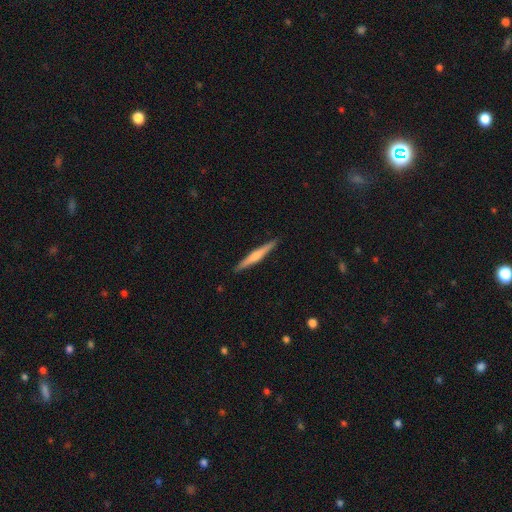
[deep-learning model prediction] A featured or disk galaxy (56%) viewed edge-on (98%) with a rounded central bulge (70%).

Vote fractions:
- Smooth or featured? featured or disk: 56% / smooth: 39% / star or artifact: 5%
- Edge-on disk? yes: 98% / no: 2%
- Edge-on bulge? rounded: 70% / none: 19% / boxy: 11%
- Merging? none: 92% / minor disturbance: 6% / major disturbance: 1% / merger: 1%